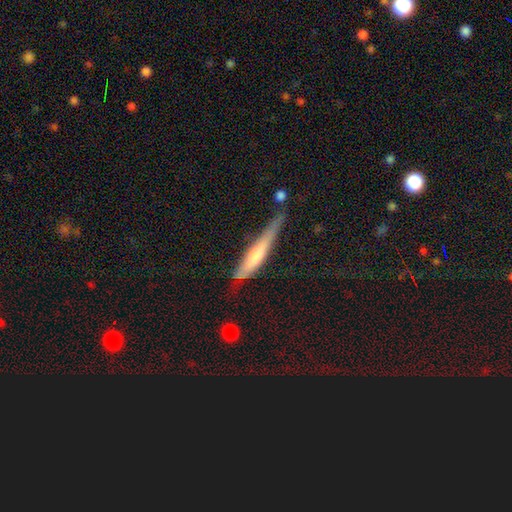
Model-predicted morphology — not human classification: A featured or disk galaxy (49%). Merging: none (66%).